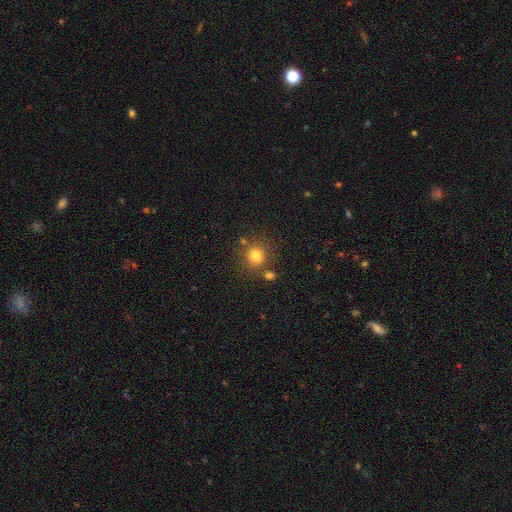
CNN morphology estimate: Smooth or featured? Predicted: smooth (p=0.79). How rounded? Predicted: round (p=0.87). Merging? Predicted: none (p=0.76).